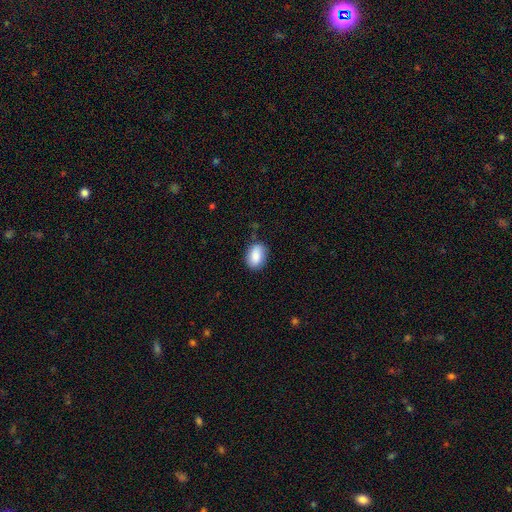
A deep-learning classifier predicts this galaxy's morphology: Smooth or featured: smooth — 85% (featured or disk — 8%)
How rounded: in between — 82% (round — 17%)
Merging: none — 78% (minor disturbance — 17%)